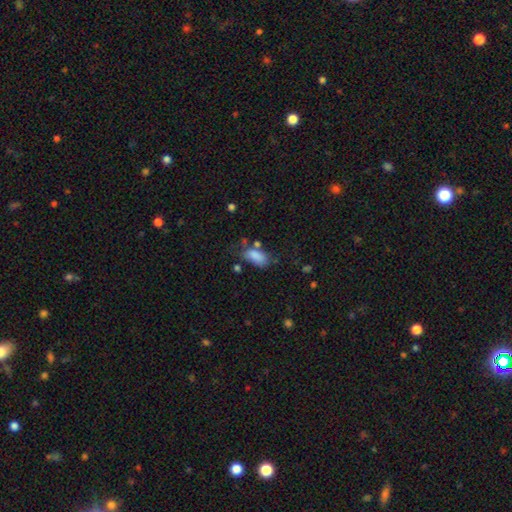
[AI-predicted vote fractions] Smooth or featured? Predicted: smooth (p=0.83). How rounded? Predicted: in between (p=0.90). Merging? Predicted: none (p=0.50).